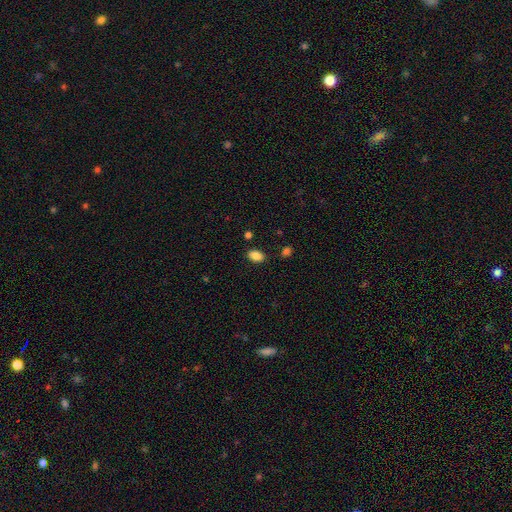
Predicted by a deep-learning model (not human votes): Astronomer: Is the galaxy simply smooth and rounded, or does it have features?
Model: smooth — 87%.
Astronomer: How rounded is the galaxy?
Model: in between — 88%.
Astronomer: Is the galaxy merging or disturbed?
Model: none — 85%.